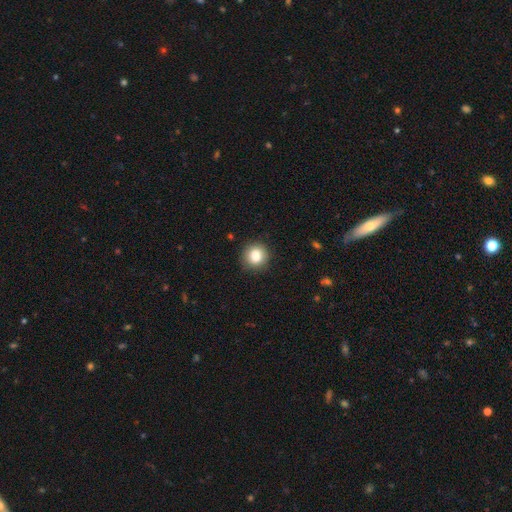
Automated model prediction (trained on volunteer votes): Smooth or featured? Predicted: smooth (p=0.84). How rounded? Predicted: round (p=0.87). Merging? Predicted: none (p=0.88).